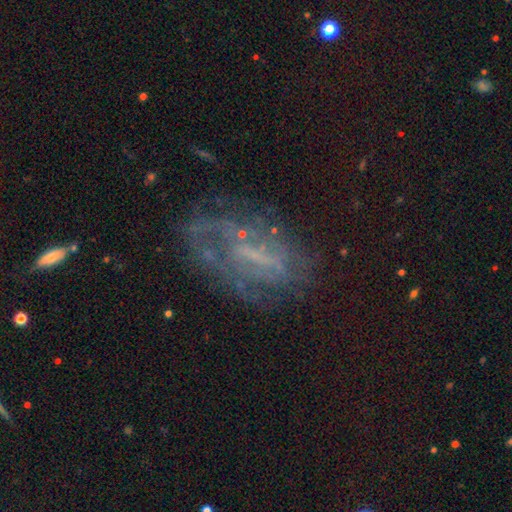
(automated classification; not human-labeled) The model was most divided on "bar": no: 41%, weak: 38%, strong: 21%. More confident: edge-on disk — no (93%); smooth or featured — featured or disk (66%); spiral arms — yes (63%); merging — none (53%); bulge size — none (52%).